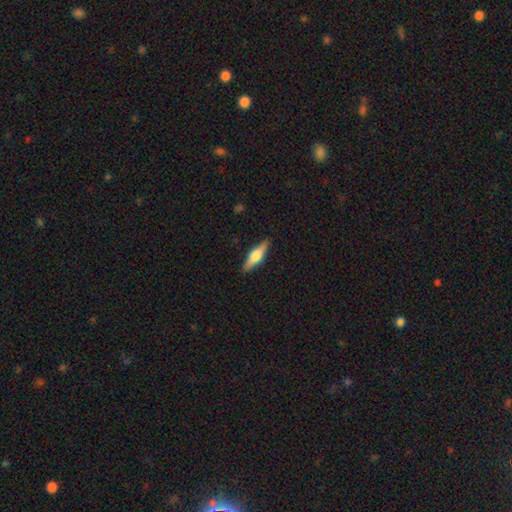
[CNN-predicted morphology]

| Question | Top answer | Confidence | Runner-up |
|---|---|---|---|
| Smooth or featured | featured or disk | 49% | smooth (45%) |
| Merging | none | 89% | minor disturbance (8%) |